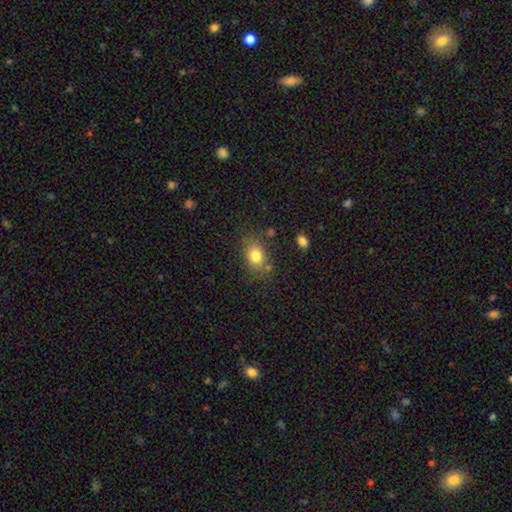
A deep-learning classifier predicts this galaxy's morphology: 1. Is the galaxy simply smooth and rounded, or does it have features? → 80% smooth, 10% star or artifact, 10% featured or disk.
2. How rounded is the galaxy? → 68% in between, 31% round, 1% cigar-shaped.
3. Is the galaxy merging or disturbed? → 75% none, 15% minor disturbance, 5% merger, 5% major disturbance.